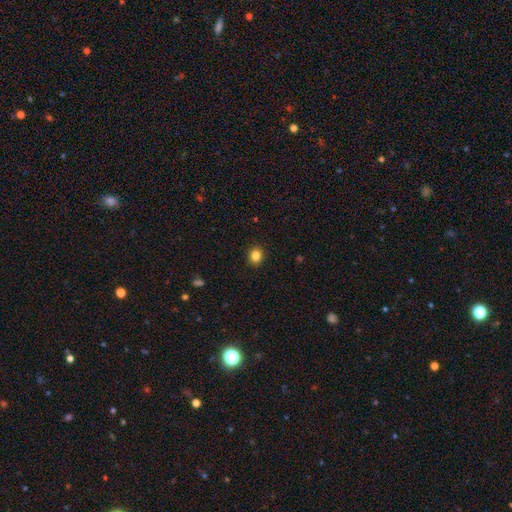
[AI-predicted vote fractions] A smooth galaxy with no disk features (84%) that is round (72%). Merging: none (91%).